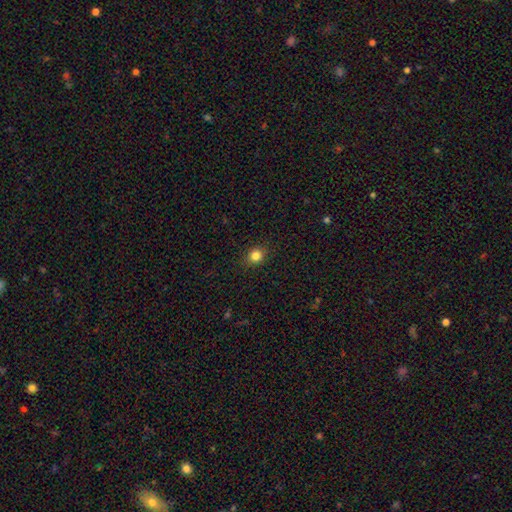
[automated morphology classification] smooth-or-featured: smooth: 83% | star or artifact: 12% | featured or disk: 5%
  how-rounded: round: 78% | in between: 21% | cigar-shaped: 1%
  merging: none: 90% | minor disturbance: 7% | major disturbance: 2% | merger: 1%